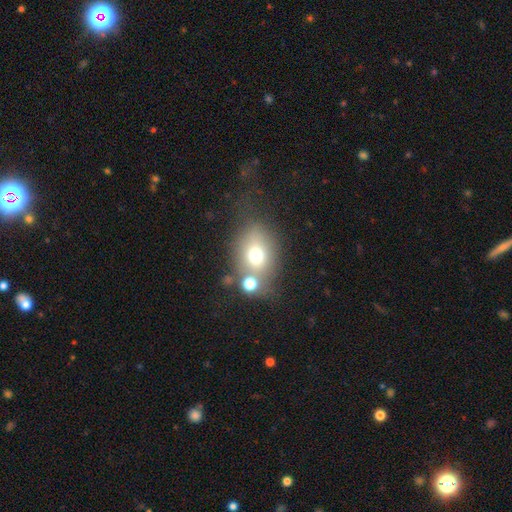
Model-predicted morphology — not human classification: Overall: smooth (66%). How rounded: in between (53%; round 45%). Merging: none (52%; merger 23%).